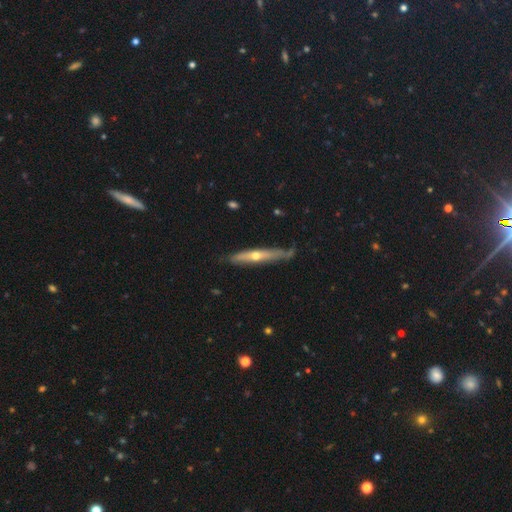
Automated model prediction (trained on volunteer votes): smooth-or-featured: featured or disk: 63% | smooth: 31% | star or artifact: 6%
  disk-edge-on: yes: 88% | no: 12%
    edge-on-bulge: rounded: 84% | none: 14% | boxy: 2%
  merging: none: 74% | minor disturbance: 20% | major disturbance: 4% | merger: 2%